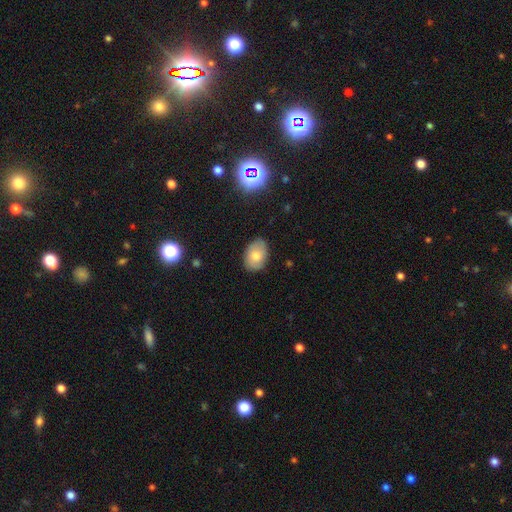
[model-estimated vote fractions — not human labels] Smooth or featured?
  - smooth: 74% *
  - featured or disk: 18%
  - star or artifact: 8%
How rounded?
  - in between: 82% *
  - round: 17%
  - cigar-shaped: 1%
Merging?
  - none: 82% *
  - minor disturbance: 14%
  - major disturbance: 3%
  - merger: 1%